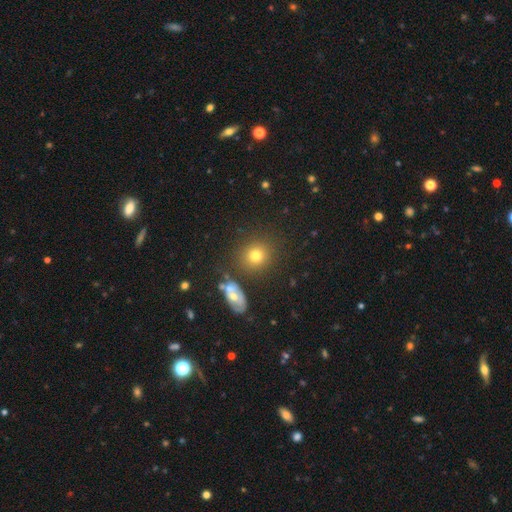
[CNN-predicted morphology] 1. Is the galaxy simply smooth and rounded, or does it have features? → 76% smooth, 14% star or artifact, 11% featured or disk.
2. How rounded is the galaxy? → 81% round, 18% in between, 1% cigar-shaped.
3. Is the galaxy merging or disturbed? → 78% none, 10% minor disturbance, 8% merger, 4% major disturbance.